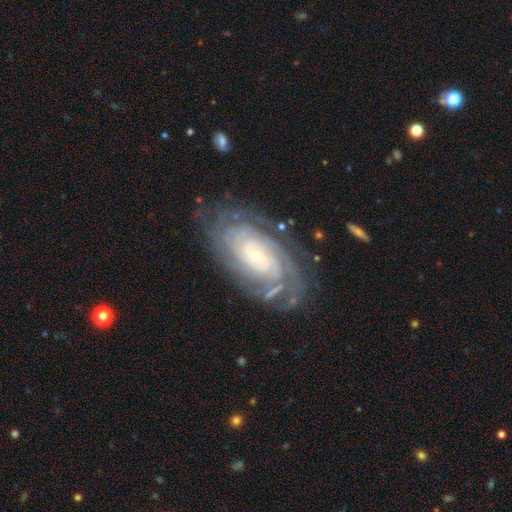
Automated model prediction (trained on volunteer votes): featured or disk 88%, smooth 6%, star or artifact 6%. Down the decision tree: edge-on disk — no (96%); bar — no (64%); spiral arms — yes (98%); spiral arm count — can't tell (27%); spiral winding — tight (79%); bulge size — small (79%); merging — none (75%).